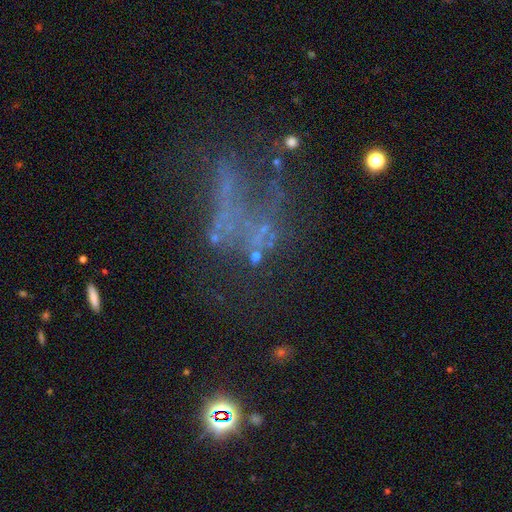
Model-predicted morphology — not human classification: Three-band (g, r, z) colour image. It shows a star or artifact, not a galaxy (42%).